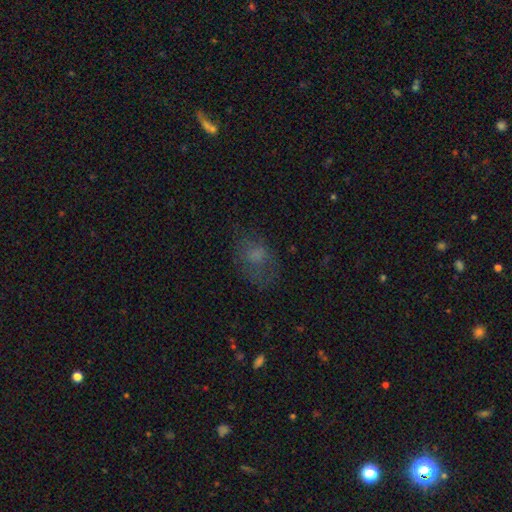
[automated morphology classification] This is possibly a smooth galaxy (57%). How rounded: likely in between (73%). Merging: possibly none (56%).